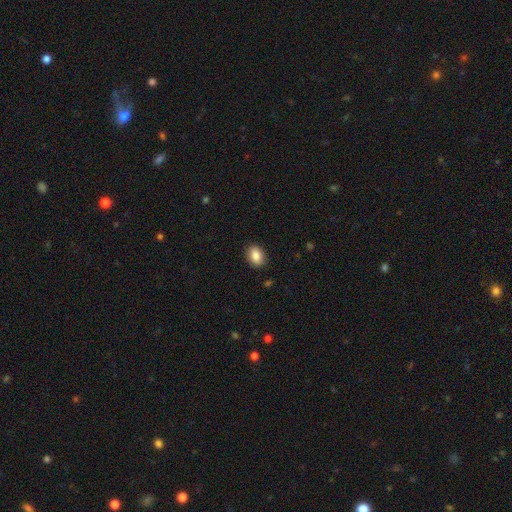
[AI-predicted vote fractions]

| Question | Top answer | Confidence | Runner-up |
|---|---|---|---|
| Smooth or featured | smooth | 86% | star or artifact (8%) |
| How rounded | in between | 73% | round (26%) |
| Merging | none | 89% | minor disturbance (8%) |